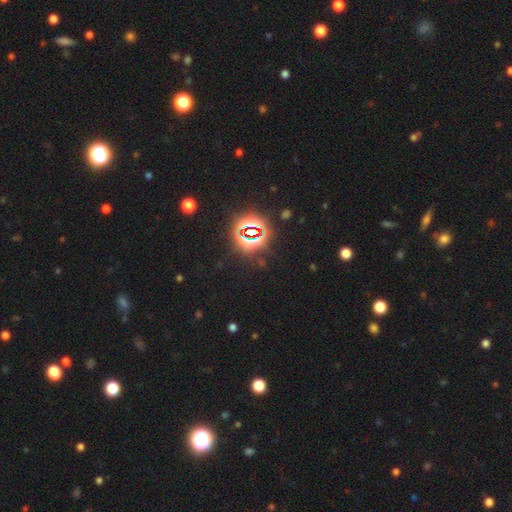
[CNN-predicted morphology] Smooth or featured? Predicted: star or artifact (p=0.82).